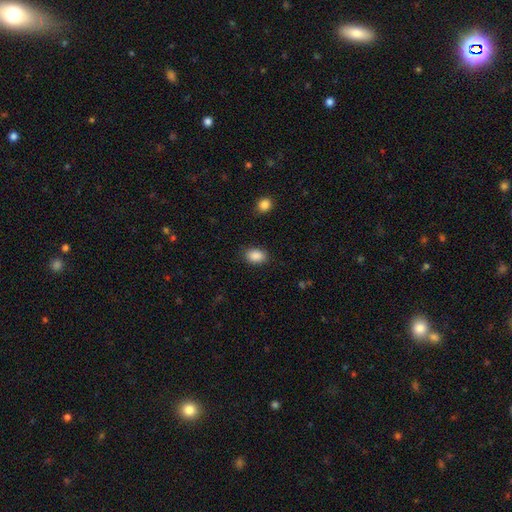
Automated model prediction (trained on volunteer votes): smooth_or_featured: smooth (p=0.89) [alt: star or artifact p=0.08]
how_rounded: in between (p=0.81) [alt: round p=0.18]
merging: none (p=0.86) [alt: minor disturbance p=0.10]